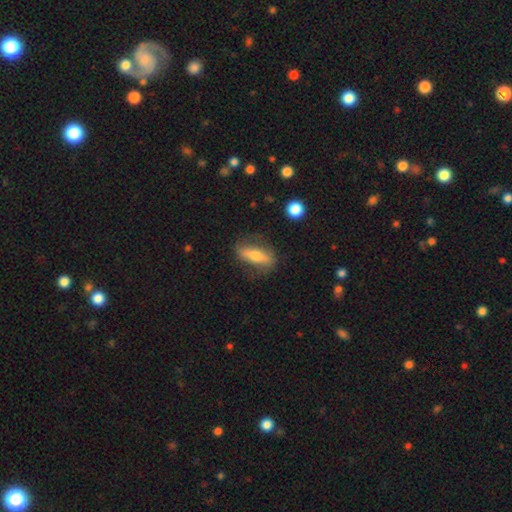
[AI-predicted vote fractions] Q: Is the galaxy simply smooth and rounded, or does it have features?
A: smooth — 51%.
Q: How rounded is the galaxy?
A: in between — 51%.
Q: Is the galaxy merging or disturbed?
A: none — 78%.